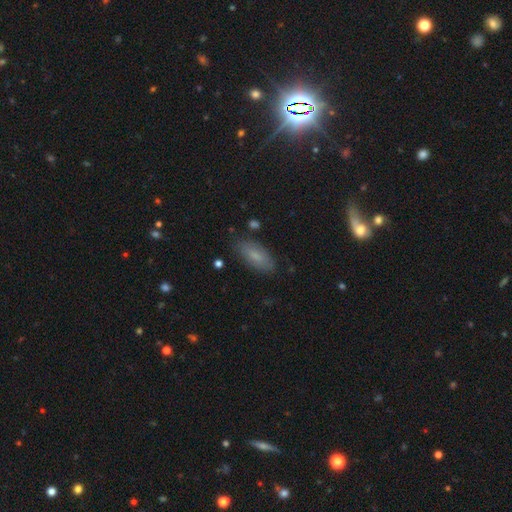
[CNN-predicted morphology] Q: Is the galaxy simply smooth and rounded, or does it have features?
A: smooth — 75%.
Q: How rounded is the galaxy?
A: in between — 84%.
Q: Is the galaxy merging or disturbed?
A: none — 82%.